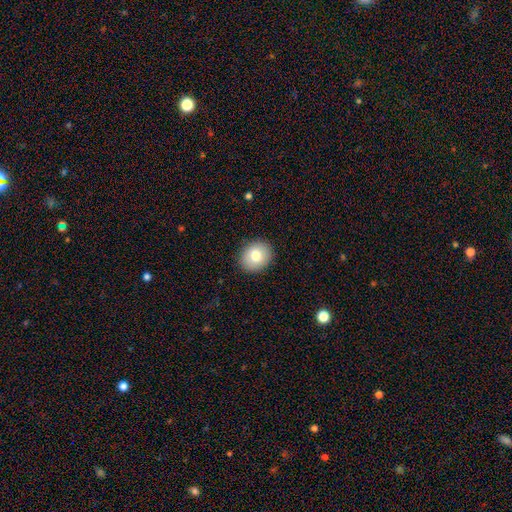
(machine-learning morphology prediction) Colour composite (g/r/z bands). It shows a smooth galaxy with no disk features (78%) that is round (68%). Merging: none (90%).